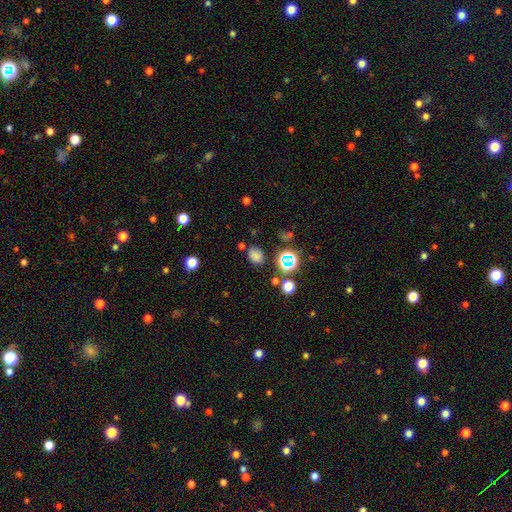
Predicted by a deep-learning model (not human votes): A smooth galaxy with no disk features (70%) that is round (52%). Merging: none (75%).